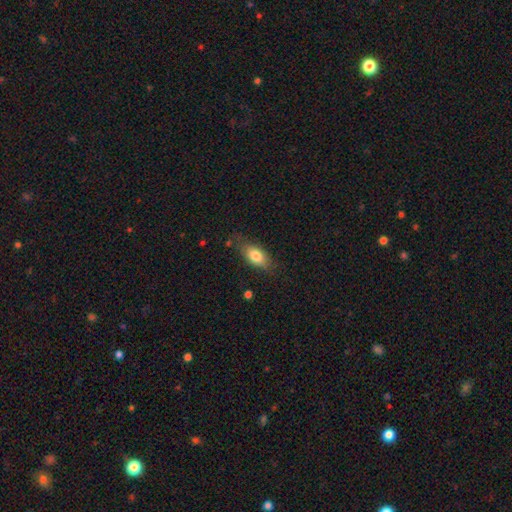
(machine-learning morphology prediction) A smooth galaxy with no disk features (78%) that is in between round and cigar-shaped (85%).

Vote fractions:
- Smooth or featured? smooth: 78% / featured or disk: 15% / star or artifact: 7%
- How rounded? in between: 85% / cigar-shaped: 10% / round: 5%
- Merging? none: 73% / minor disturbance: 20% / major disturbance: 5% / merger: 2%